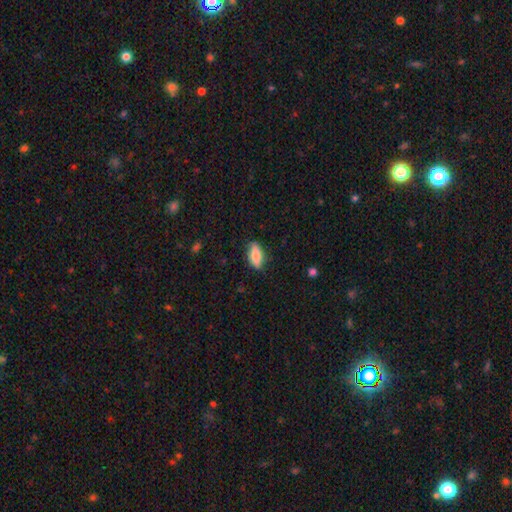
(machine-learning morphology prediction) type=smooth (76%); roundness=in between (80%); merging=none (81%).